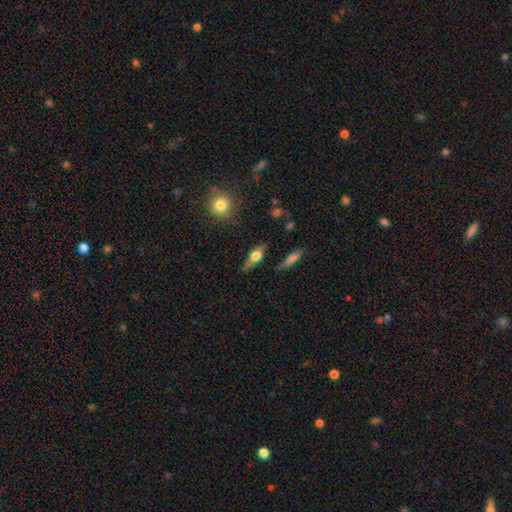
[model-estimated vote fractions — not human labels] smooth-or-featured: smooth: 54% | featured or disk: 38% | star or artifact: 7%
  how-rounded: in between: 65% | cigar-shaped: 28% | round: 7%
  merging: none: 74% | minor disturbance: 18% | major disturbance: 5% | merger: 3%